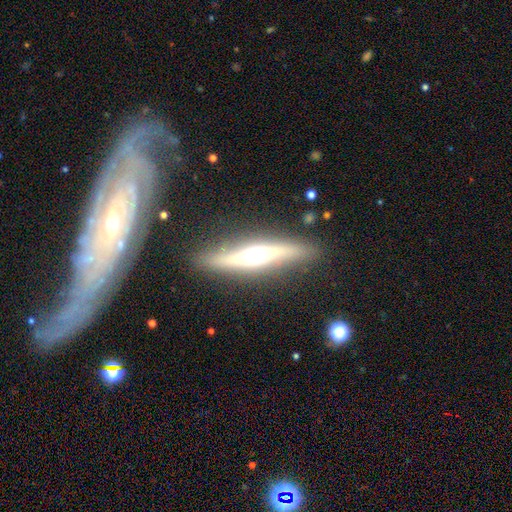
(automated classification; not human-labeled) A featured or disk galaxy (67%) viewed edge-on (88%) with a rounded central bulge (89%).

Vote fractions:
- Smooth or featured? featured or disk: 67% / smooth: 26% / star or artifact: 7%
- Edge-on disk? yes: 88% / no: 12%
- Edge-on bulge? rounded: 89% / boxy: 6% / none: 5%
- Merging? none: 85% / minor disturbance: 10% / major disturbance: 3% / merger: 2%